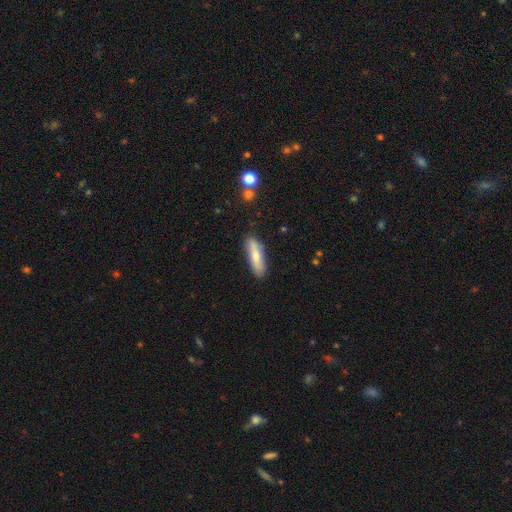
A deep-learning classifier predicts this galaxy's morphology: This is likely a smooth galaxy (68%). How rounded: likely cigar-shaped (63%). Merging: clearly none (85%).